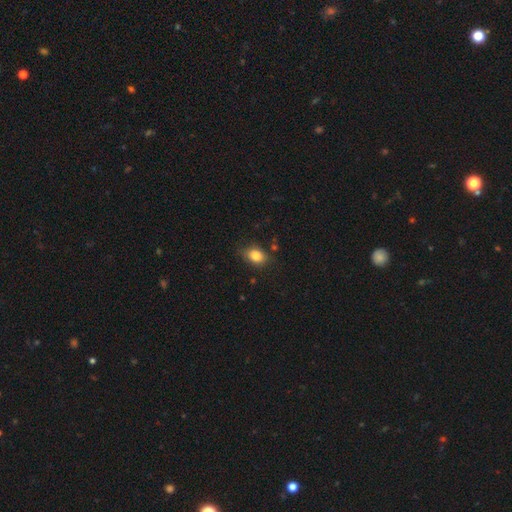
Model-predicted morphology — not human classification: Overall: smooth (83%). How rounded: in between (68%; round 30%). Merging: none (77%).